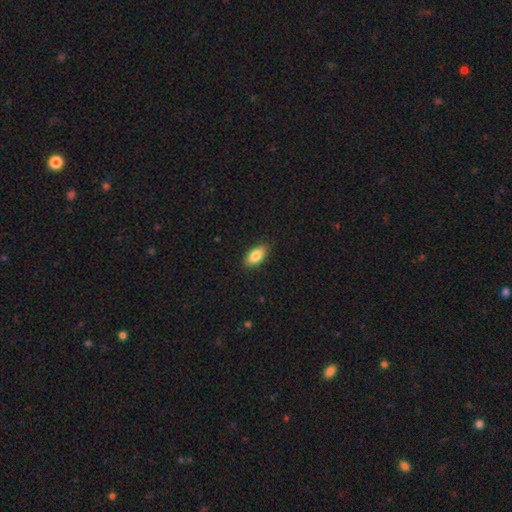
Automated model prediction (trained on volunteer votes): Smooth or featured: smooth — 84% (featured or disk — 9%)
How rounded: in between — 88% (cigar-shaped — 8%)
Merging: none — 87% (minor disturbance — 10%)